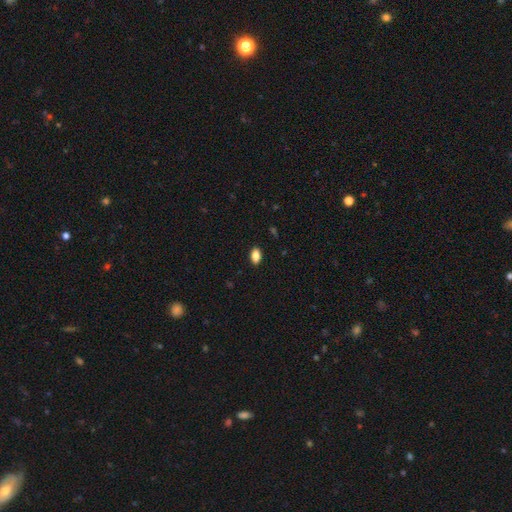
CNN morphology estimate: Overall: smooth (86%). How rounded: in between (90%). Merging: none (90%).